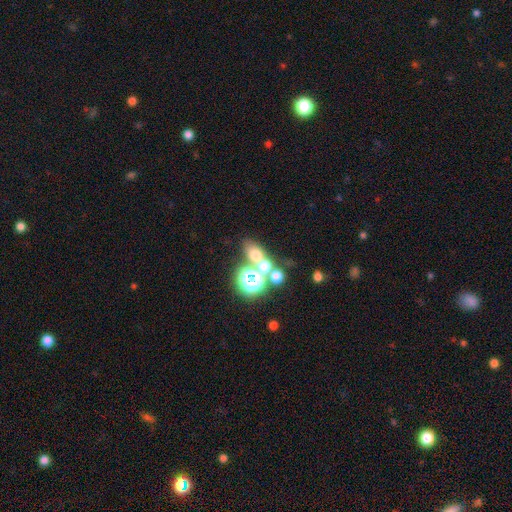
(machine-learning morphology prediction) Smooth or featured: smooth — 54% (star or artifact — 31%)
How rounded: round — 58% (in between — 40%)
Merging: none — 48% (merger — 38%)